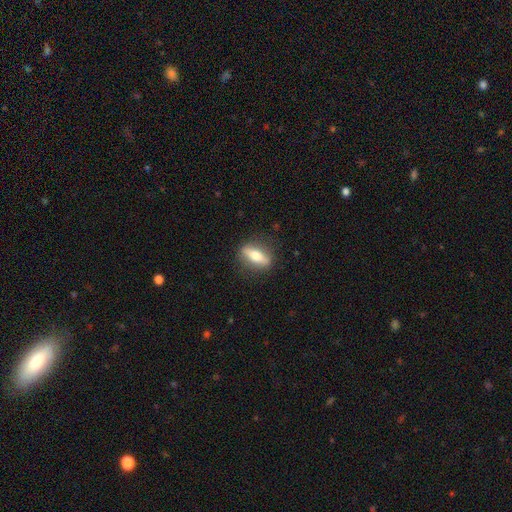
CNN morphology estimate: type=smooth (52%); roundness=in between (54%); merging=none (85%).